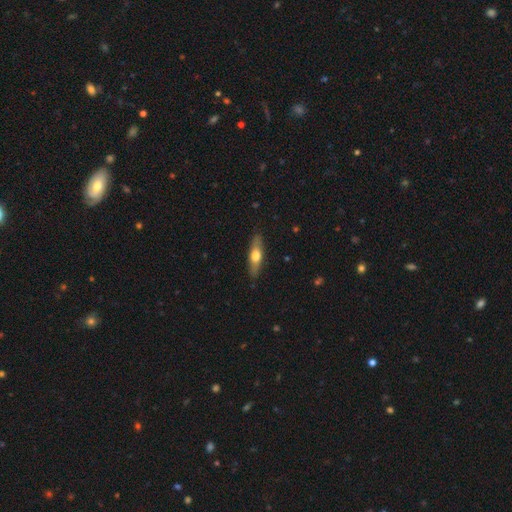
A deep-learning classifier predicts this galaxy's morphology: Smooth or featured: smooth — 52% (featured or disk — 42%)
How rounded: cigar-shaped — 60% (in between — 37%)
Merging: none — 88% (minor disturbance — 9%)